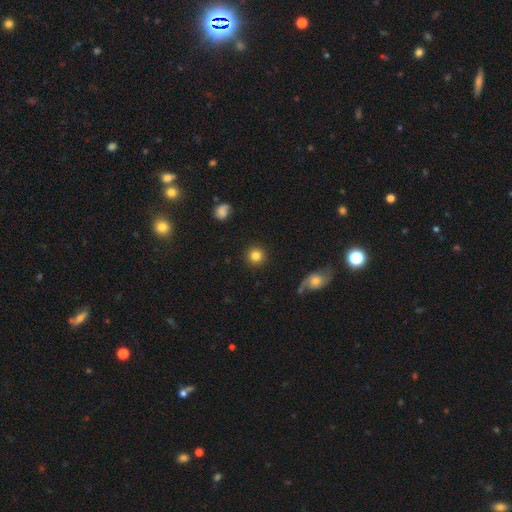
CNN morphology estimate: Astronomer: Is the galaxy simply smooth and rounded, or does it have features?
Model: smooth — 84%.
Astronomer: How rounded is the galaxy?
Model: round — 95%.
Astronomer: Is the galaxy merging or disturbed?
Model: none — 92%.